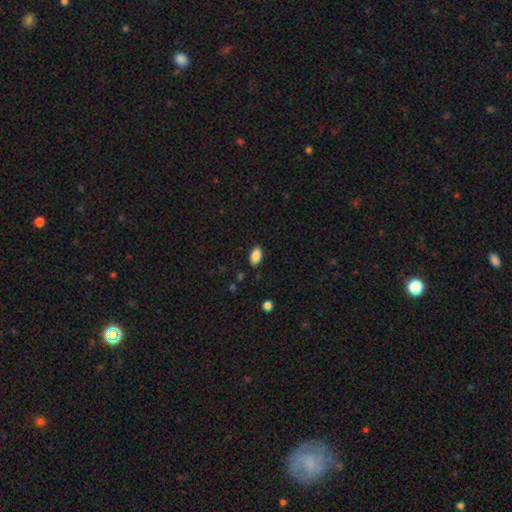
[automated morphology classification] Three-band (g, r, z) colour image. It shows a smooth galaxy with no disk features (87%) that is in between round and cigar-shaped (93%). Merging: none (87%).